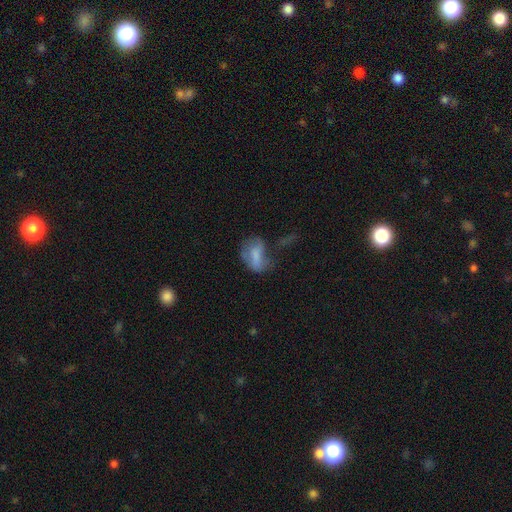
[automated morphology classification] A smooth galaxy with no disk features (62%) that is in between round and cigar-shaped (82%). Merging: major disturbance (36%).